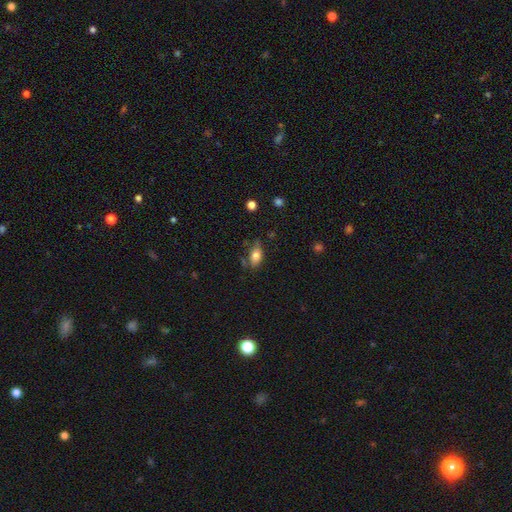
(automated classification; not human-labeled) A smooth galaxy with no disk features (78%) that is in between round and cigar-shaped (85%).

Vote fractions:
- Smooth or featured? smooth: 78% / featured or disk: 13% / star or artifact: 9%
- How rounded? in between: 85% / cigar-shaped: 8% / round: 7%
- Merging? none: 63% / minor disturbance: 26% / major disturbance: 7% / merger: 5%